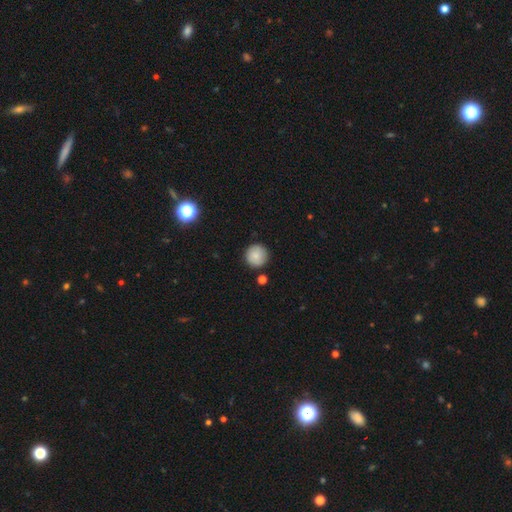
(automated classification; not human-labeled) This is clearly a smooth galaxy (85%). How rounded: clearly round (95%). Merging: clearly none (88%).